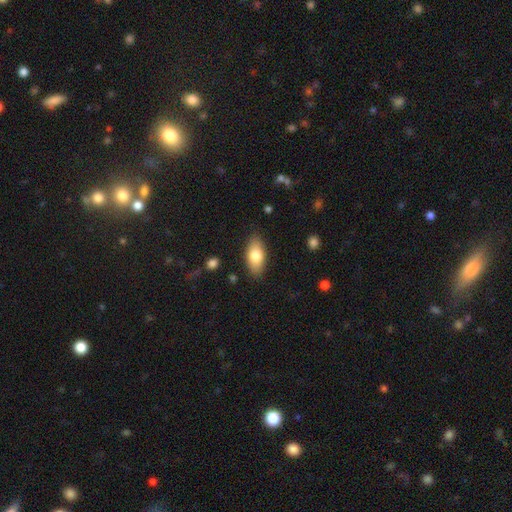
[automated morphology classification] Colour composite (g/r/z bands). It shows a smooth galaxy with no disk features (76%) that is in between round and cigar-shaped (88%). Merging: none (86%).